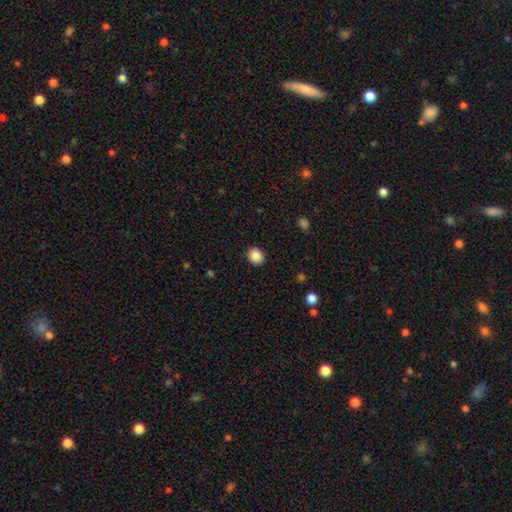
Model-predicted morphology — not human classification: The model was most divided on "how rounded": round: 70%, in between: 29%, cigar-shaped: 1%. More confident: merging — none (90%); smooth or featured — smooth (88%).